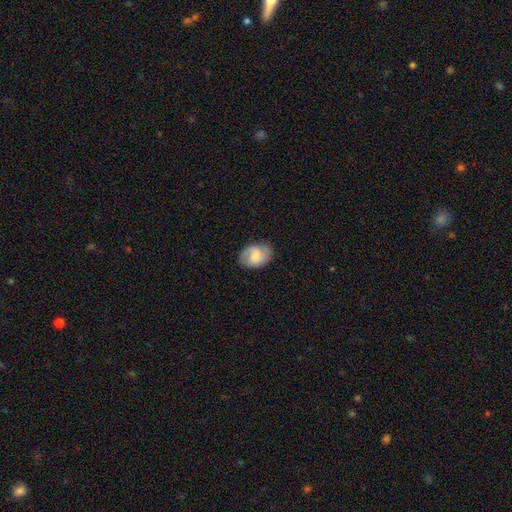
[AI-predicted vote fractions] smooth-or-featured: smooth: 49% | featured or disk: 44% | star or artifact: 7%
  merging: none: 76% | minor disturbance: 18% | major disturbance: 5% | merger: 1%